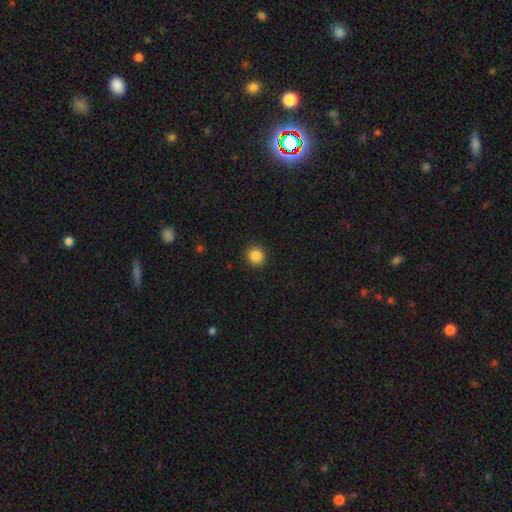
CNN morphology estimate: smooth_or_featured: smooth (p=0.87) [alt: star or artifact p=0.10]
how_rounded: round (p=0.91) [alt: in between p=0.08]
merging: none (p=0.92) [alt: minor disturbance p=0.05]